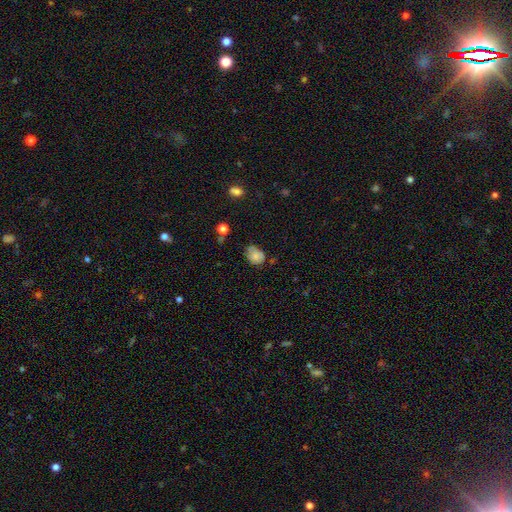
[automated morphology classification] This is likely a smooth galaxy (77%). How rounded: likely in between (63%). Merging: possibly none (51%).